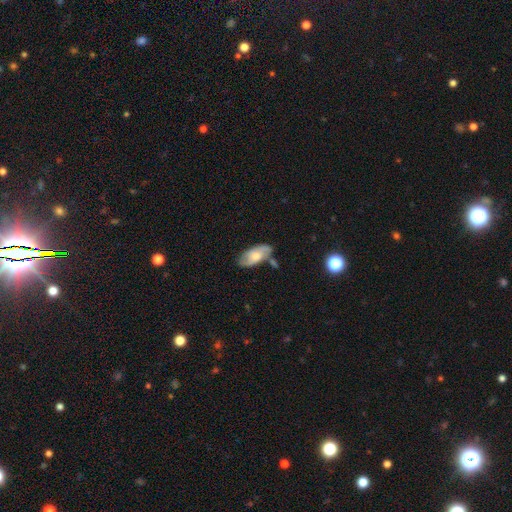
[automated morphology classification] This is possibly a featured or disk galaxy (49%). Merging: possibly none (60%).